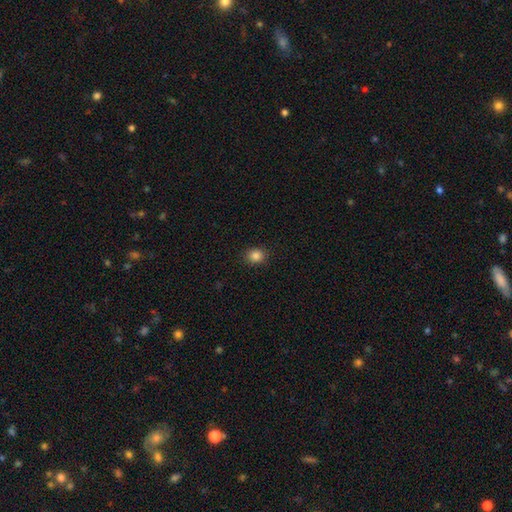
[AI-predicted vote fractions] Smooth or featured? Predicted: smooth (p=0.85). How rounded? Predicted: round (p=0.68). Merging? Predicted: none (p=0.89).